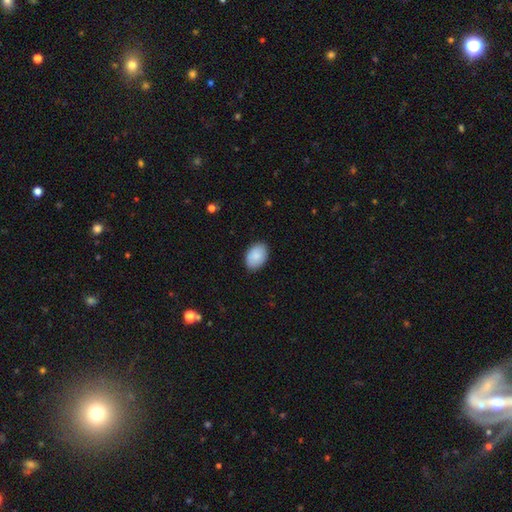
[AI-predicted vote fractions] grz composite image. It shows a smooth galaxy with no disk features (89%) that is in between round and cigar-shaped (88%). Merging: none (87%).